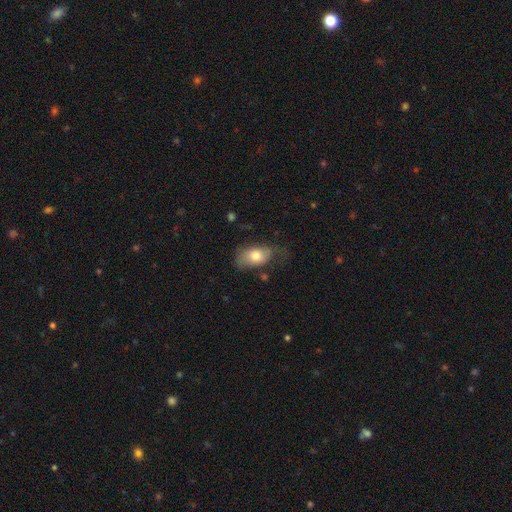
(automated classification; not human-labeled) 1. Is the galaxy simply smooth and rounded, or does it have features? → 73% smooth, 20% featured or disk, 7% star or artifact.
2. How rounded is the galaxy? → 89% in between, 9% round, 2% cigar-shaped.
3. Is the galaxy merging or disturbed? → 44% none, 34% minor disturbance, 20% major disturbance, 2% merger.